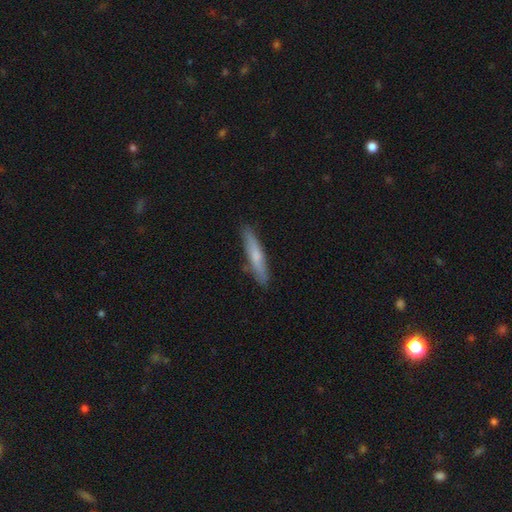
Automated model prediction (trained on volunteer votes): Morphology: type=smooth (59%); roundness=cigar-shaped (91%); merging=none (86%).